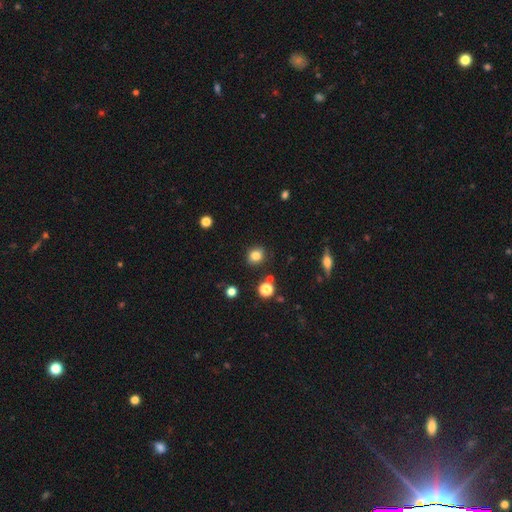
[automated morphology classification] smooth_or_featured: smooth (p=0.81) [alt: star or artifact p=0.13]
how_rounded: round (p=0.74) [alt: in between p=0.24]
merging: none (p=0.86) [alt: minor disturbance p=0.09]